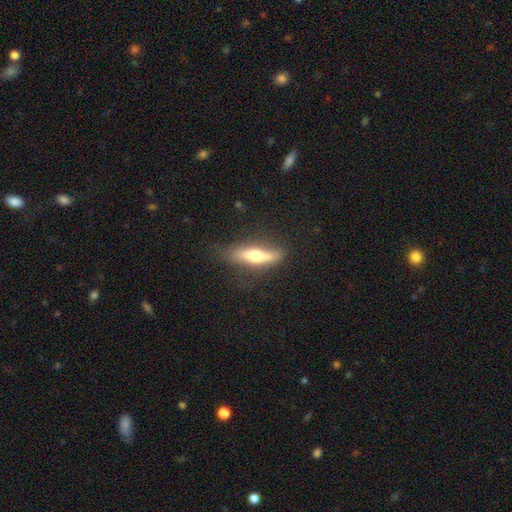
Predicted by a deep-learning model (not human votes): Q: Smooth or featured?
A: smooth (51%); runner-up: featured or disk (44%)
Q: How rounded?
A: cigar-shaped (67%); runner-up: in between (30%)
Q: Merging?
A: none (73%); runner-up: minor disturbance (19%)